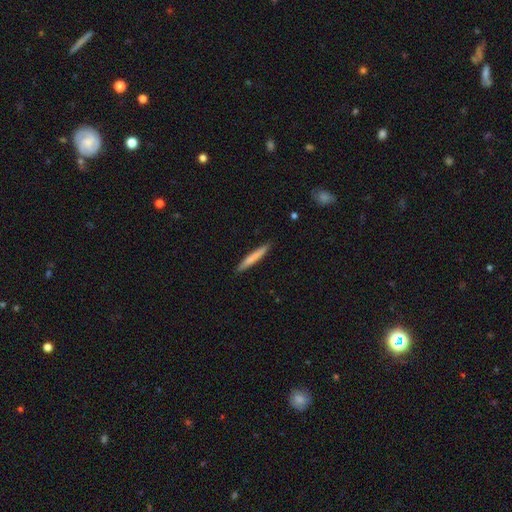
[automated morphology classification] Smooth or featured?
  - smooth: 71% *
  - featured or disk: 24%
  - star or artifact: 6%
How rounded?
  - cigar-shaped: 96% *
  - in between: 2%
  - round: 1%
Merging?
  - none: 92% *
  - minor disturbance: 6%
  - major disturbance: 1%
  - merger: 1%